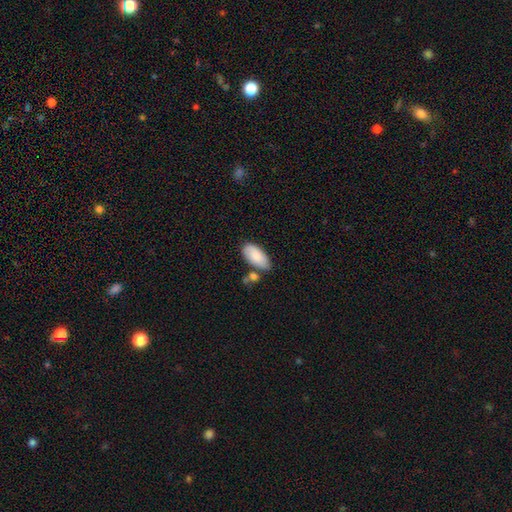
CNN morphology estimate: Overall: smooth (83%). How rounded: in between (94%). Merging: none (67%).